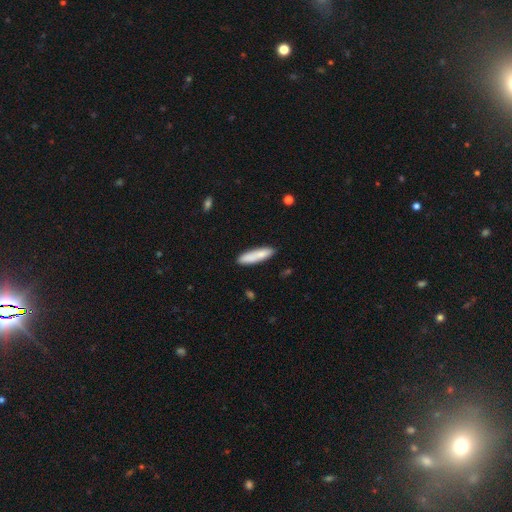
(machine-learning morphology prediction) Smooth or featured? smooth (82%)
How rounded? cigar-shaped (73%)
Merging? none (82%)